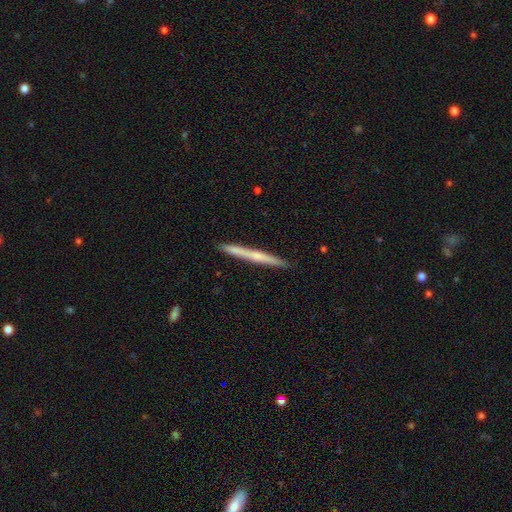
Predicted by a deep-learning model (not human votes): Smooth or featured? Predicted: featured or disk (p=0.52). Edge-on disk? Predicted: yes (p=0.97). Edge-on bulge? Predicted: none (p=0.57). Merging? Predicted: none (p=0.91).